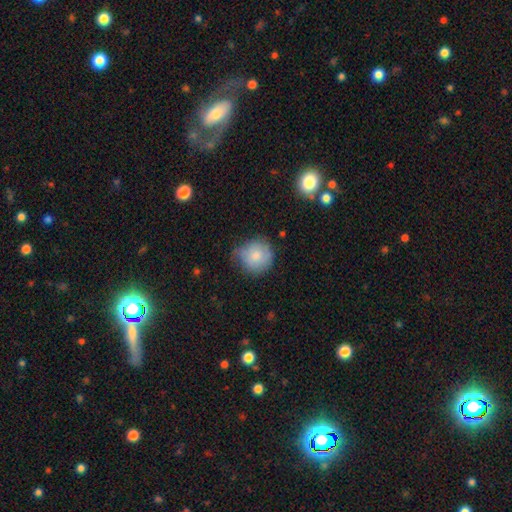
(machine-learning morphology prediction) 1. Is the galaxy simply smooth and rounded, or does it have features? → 79% smooth, 14% featured or disk, 8% star or artifact.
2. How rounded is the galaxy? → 89% round, 10% in between, 1% cigar-shaped.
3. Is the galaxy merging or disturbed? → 55% none, 34% minor disturbance, 8% major disturbance, 3% merger.